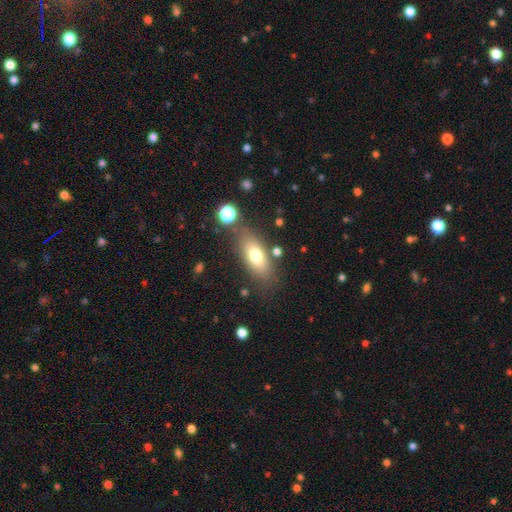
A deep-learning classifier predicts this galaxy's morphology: Smooth or featured? smooth (70%)
How rounded? in between (80%)
Merging? none (73%)